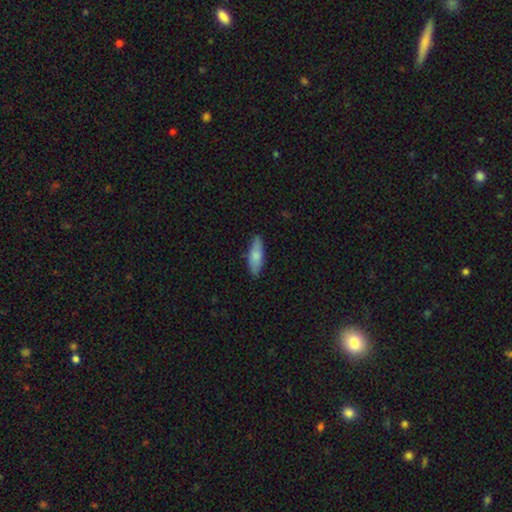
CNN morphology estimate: Smooth or featured?
  - smooth: 78% *
  - featured or disk: 17%
  - star or artifact: 6%
How rounded?
  - in between: 59% *
  - cigar-shaped: 39%
  - round: 2%
Merging?
  - none: 84% *
  - minor disturbance: 13%
  - major disturbance: 2%
  - merger: 1%